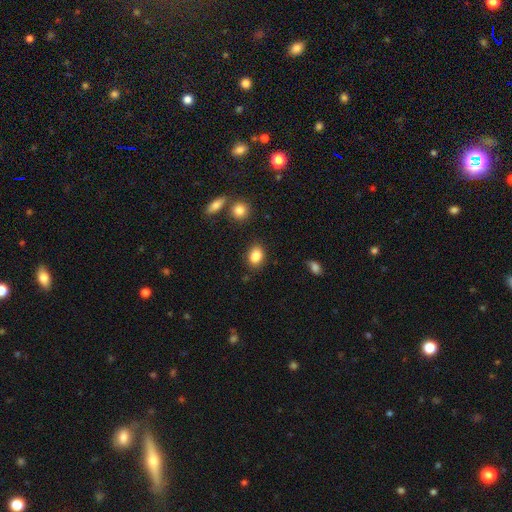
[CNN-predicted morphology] Q: Smooth or featured?
A: smooth (86%); runner-up: star or artifact (9%)
Q: How rounded?
A: in between (74%); runner-up: round (24%)
Q: Merging?
A: none (80%); runner-up: minor disturbance (13%)